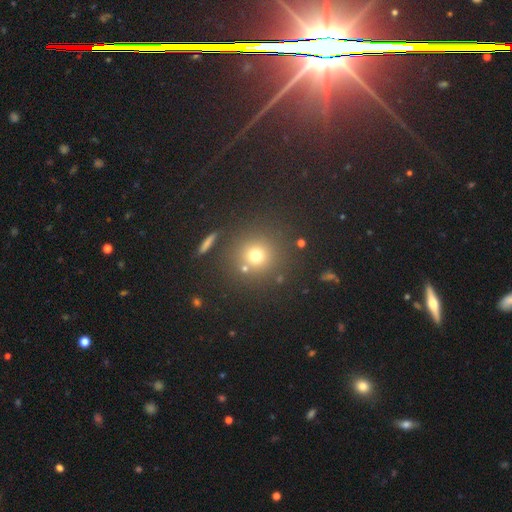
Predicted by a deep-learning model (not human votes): Smooth or featured?
  - smooth: 70% *
  - star or artifact: 20%
  - featured or disk: 10%
How rounded?
  - round: 92% *
  - in between: 7%
  - cigar-shaped: 1%
Merging?
  - none: 80% *
  - minor disturbance: 8%
  - merger: 8%
  - major disturbance: 4%